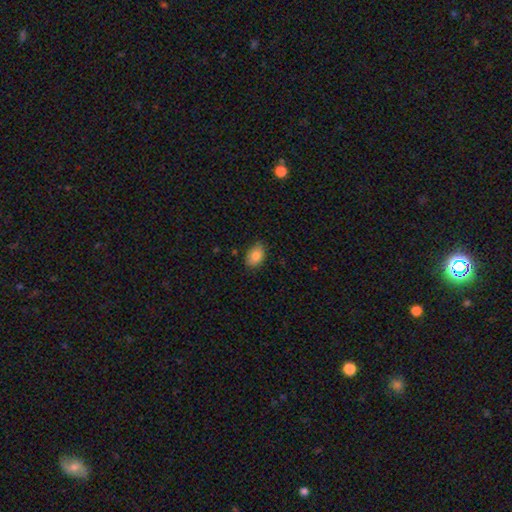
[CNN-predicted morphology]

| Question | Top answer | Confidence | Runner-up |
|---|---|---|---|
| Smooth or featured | smooth | 85% | featured or disk (7%) |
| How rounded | in between | 86% | round (13%) |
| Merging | none | 81% | minor disturbance (16%) |